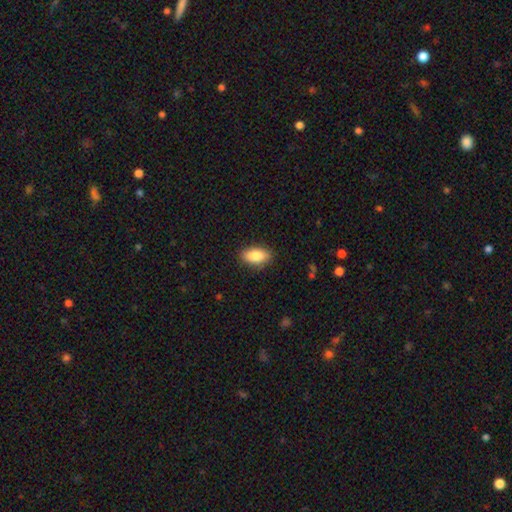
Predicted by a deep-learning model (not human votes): This is clearly a smooth galaxy (83%). How rounded: clearly in between (89%). Merging: clearly none (87%).